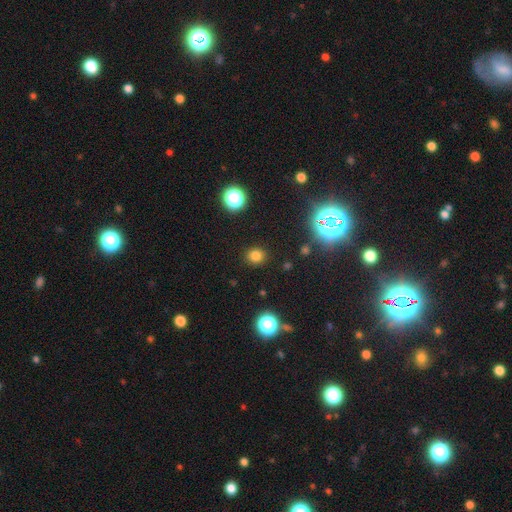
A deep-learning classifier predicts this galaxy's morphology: Smooth or featured?
  - smooth: 78% *
  - star or artifact: 17%
  - featured or disk: 5%
How rounded?
  - round: 84% *
  - in between: 15%
  - cigar-shaped: 1%
Merging?
  - none: 90% *
  - minor disturbance: 6%
  - major disturbance: 2%
  - merger: 2%